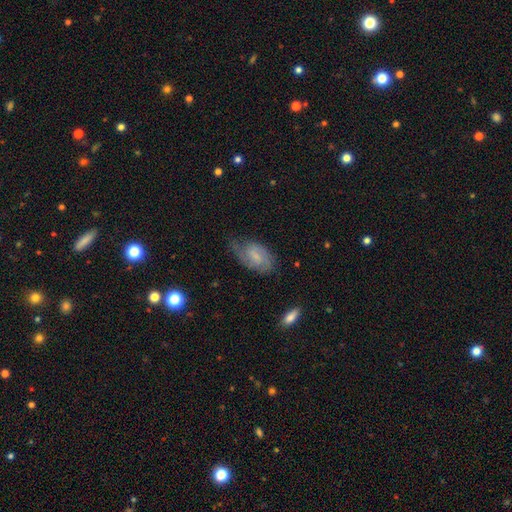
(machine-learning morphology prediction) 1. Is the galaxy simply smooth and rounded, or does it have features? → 59% featured or disk, 34% smooth, 7% star or artifact.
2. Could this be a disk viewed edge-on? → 96% no, 4% yes.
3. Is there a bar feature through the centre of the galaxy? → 53% weak, 37% no, 10% strong.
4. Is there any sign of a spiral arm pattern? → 89% yes, 11% no.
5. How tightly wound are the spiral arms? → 44% medium, 37% tight, 19% loose.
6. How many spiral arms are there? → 66% 2, 19% can't tell, 9% 1, 4% 3, 1% 4, 1% more than 4.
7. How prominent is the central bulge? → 49% small, 24% moderate, 23% none, 3% large, 1% dominant.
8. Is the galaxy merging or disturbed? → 57% none, 29% minor disturbance, 12% major disturbance, 2% merger.